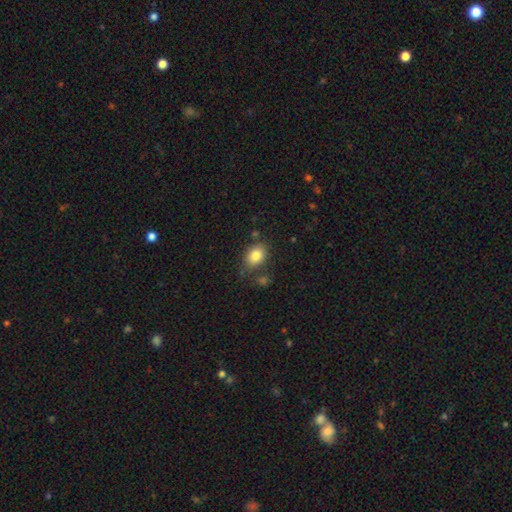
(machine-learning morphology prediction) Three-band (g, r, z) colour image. It shows a smooth galaxy with no disk features (83%) that is in between round and cigar-shaped (72%). Merging: none (74%).